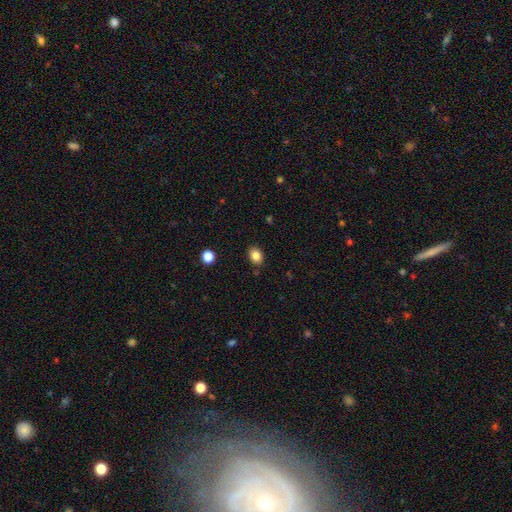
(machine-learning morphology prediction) Overall: smooth (84%). How rounded: in between (59%; round 40%). Merging: none (87%).